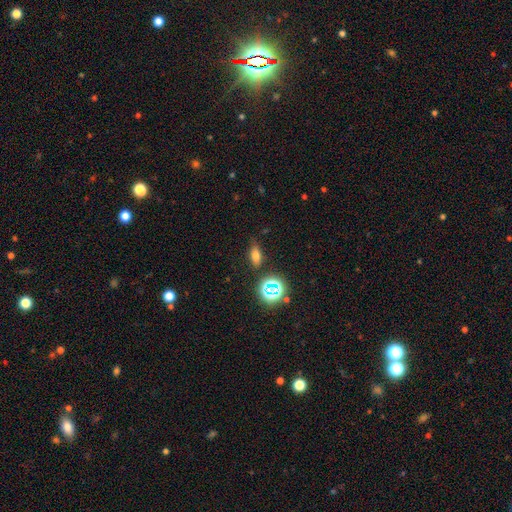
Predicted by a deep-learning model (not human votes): A smooth galaxy with no disk features (67%) that is in between round and cigar-shaped (74%). Merging: none (78%).